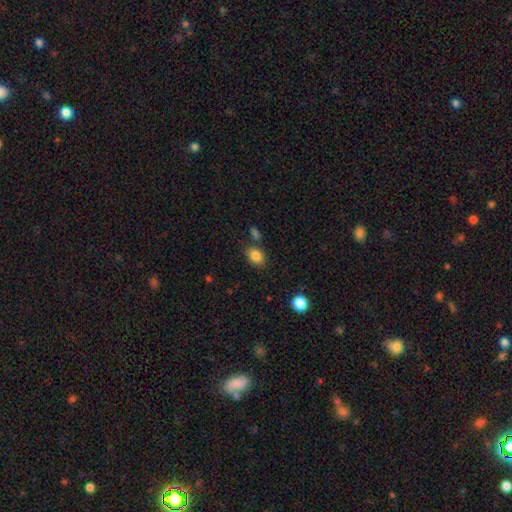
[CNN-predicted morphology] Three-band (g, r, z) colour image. It shows a smooth galaxy with no disk features (84%) that is in between round and cigar-shaped (64%). Merging: none (75%).